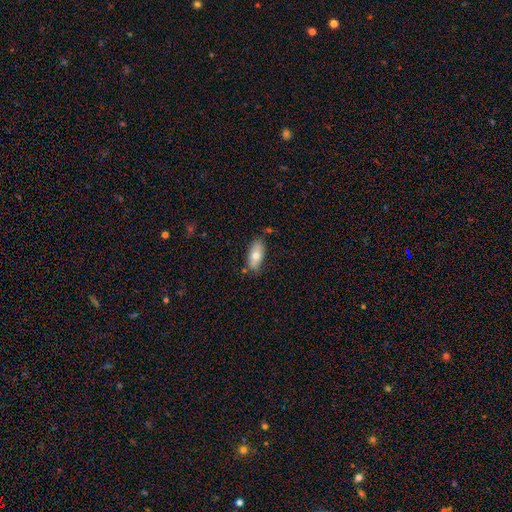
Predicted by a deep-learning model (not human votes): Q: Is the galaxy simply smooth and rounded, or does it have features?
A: smooth — 71%.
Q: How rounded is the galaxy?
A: in between — 85%.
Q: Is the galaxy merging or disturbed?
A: none — 77%.